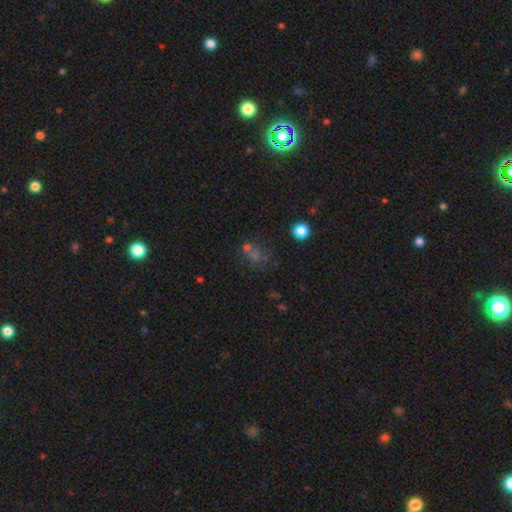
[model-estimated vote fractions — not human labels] Smooth or featured?
  - smooth: 44% *
  - star or artifact: 42%
  - featured or disk: 14%
Merging?
  - none: 53% *
  - merger: 23%
  - minor disturbance: 14%
  - major disturbance: 11%